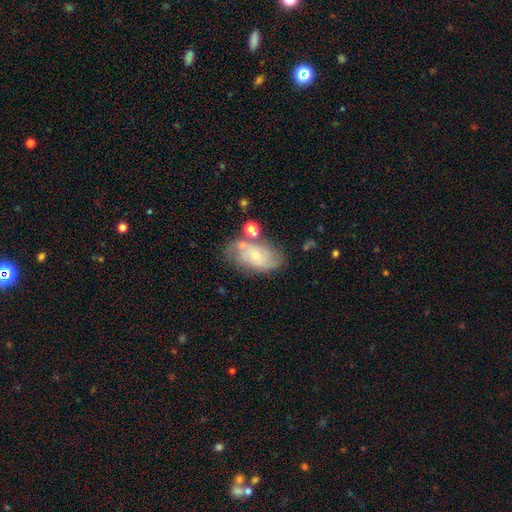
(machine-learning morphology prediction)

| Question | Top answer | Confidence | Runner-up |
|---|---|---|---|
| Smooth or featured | featured or disk | 57% | smooth (35%) |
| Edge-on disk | no | 95% | yes (5%) |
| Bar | no | 72% | weak (23%) |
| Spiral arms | yes | 78% | no (22%) |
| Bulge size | small | 64% | moderate (29%) |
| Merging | none | 52% | minor disturbance (22%) |